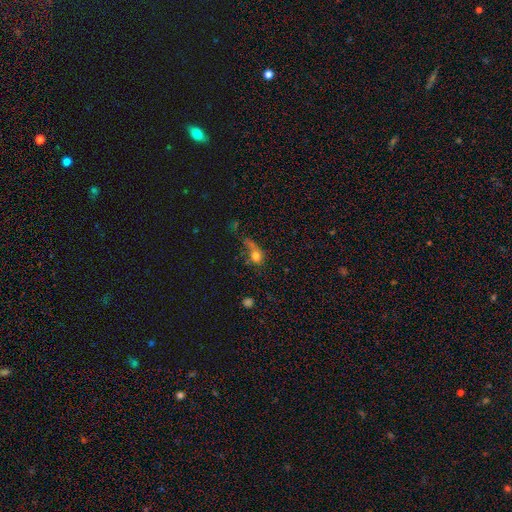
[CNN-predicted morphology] smooth-or-featured: smooth: 66% | featured or disk: 19% | star or artifact: 15%
  how-rounded: round: 50% | in between: 43% | cigar-shaped: 7%
  merging: major disturbance: 38% | none: 28% | minor disturbance: 21% | merger: 13%